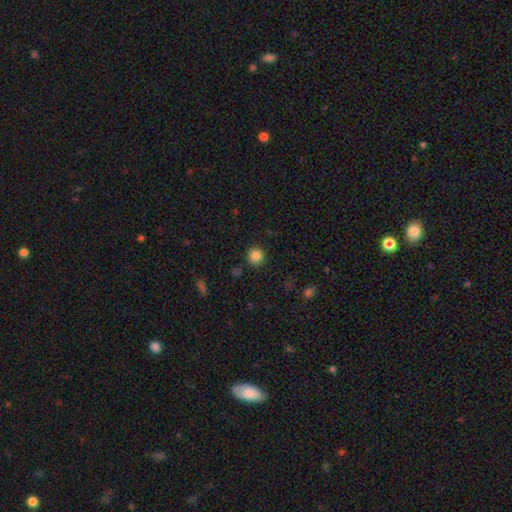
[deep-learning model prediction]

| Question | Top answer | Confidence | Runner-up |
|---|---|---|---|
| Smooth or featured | smooth | 84% | star or artifact (11%) |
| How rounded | round | 92% | in between (7%) |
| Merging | none | 91% | minor disturbance (6%) |